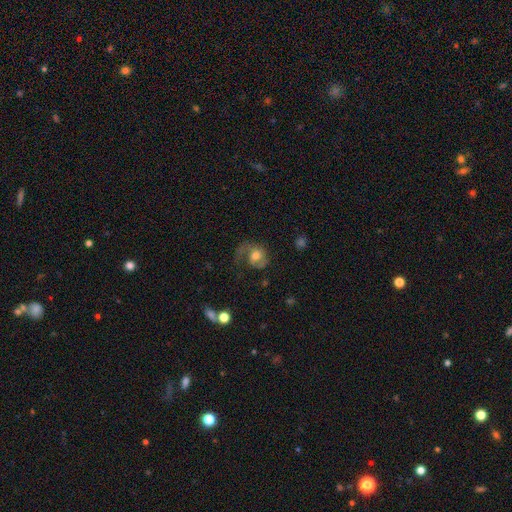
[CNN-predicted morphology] A featured or disk galaxy (57%) with no bar (66%), spiral arms (84%) and a moderate central bulge (61%).

Vote fractions:
- Smooth or featured? featured or disk: 57% / smooth: 35% / star or artifact: 8%
- Edge-on disk? no: 97% / yes: 3%
- Bar? no: 66% / weak: 28% / strong: 6%
- Spiral arms? yes: 84% / no: 16%
- Bulge size? moderate: 61% / large: 20% / small: 14% / none: 3% / dominant: 2%
- Merging? none: 39% (tied) / major disturbance: 39% (tied) / minor disturbance: 19% / merger: 3%